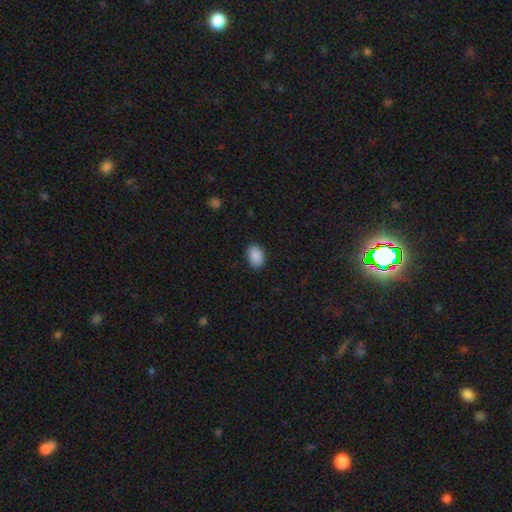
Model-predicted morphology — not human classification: smooth_or_featured: smooth (p=0.90) [alt: star or artifact p=0.07]
how_rounded: in between (p=0.88) [alt: round p=0.11]
merging: none (p=0.88) [alt: minor disturbance p=0.09]